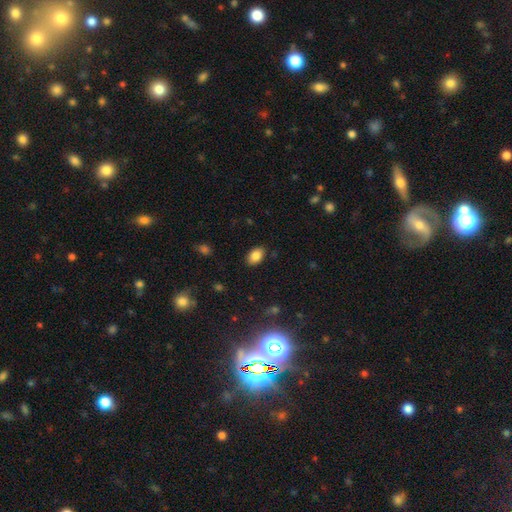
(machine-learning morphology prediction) A smooth galaxy with no disk features (85%) that is in between round and cigar-shaped (88%).

Vote fractions:
- Smooth or featured? smooth: 85% / star or artifact: 9% / featured or disk: 7%
- How rounded? in between: 88% / round: 11% / cigar-shaped: 1%
- Merging? none: 86% / minor disturbance: 10% / major disturbance: 2% / merger: 1%